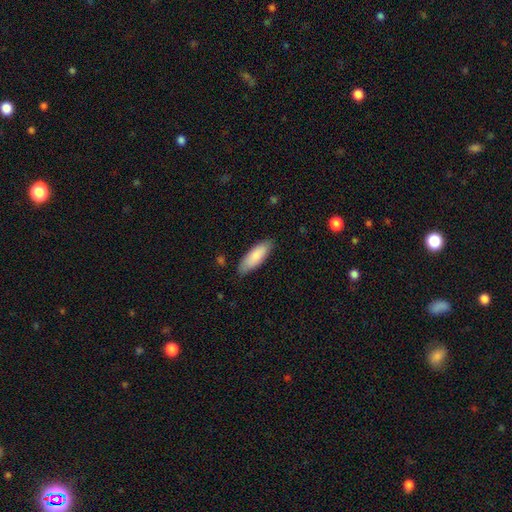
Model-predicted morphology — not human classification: The model was most divided on "how rounded": in between: 65%, cigar-shaped: 34%, round: 1%. More confident: smooth or featured — smooth (85%); merging — none (83%).